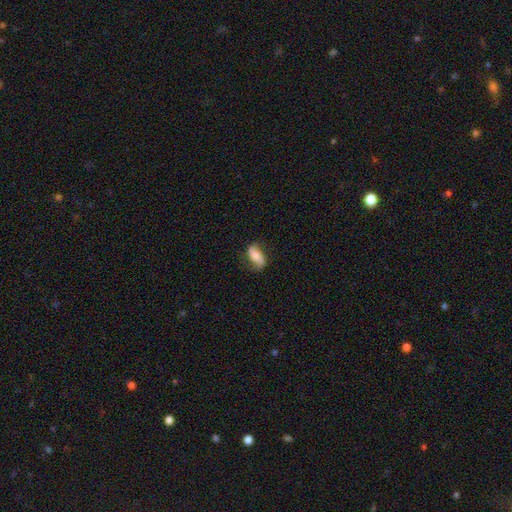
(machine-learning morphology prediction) A smooth galaxy with no disk features (50%). Merging: none (72%).